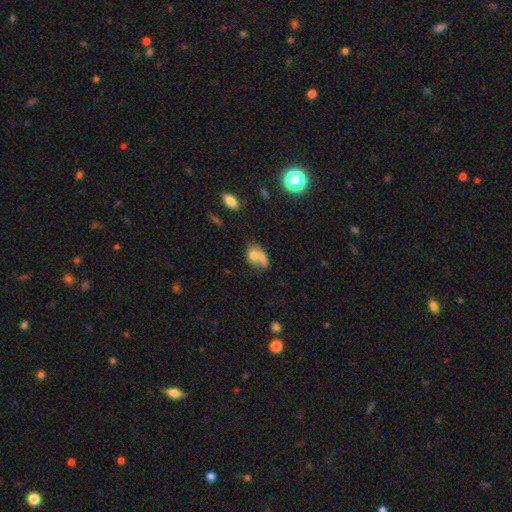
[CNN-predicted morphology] smooth-or-featured: smooth: 67% | featured or disk: 22% | star or artifact: 11%
  how-rounded: in between: 69% | round: 28% | cigar-shaped: 3%
  merging: merger: 44% | none: 28% | minor disturbance: 14% | major disturbance: 14%